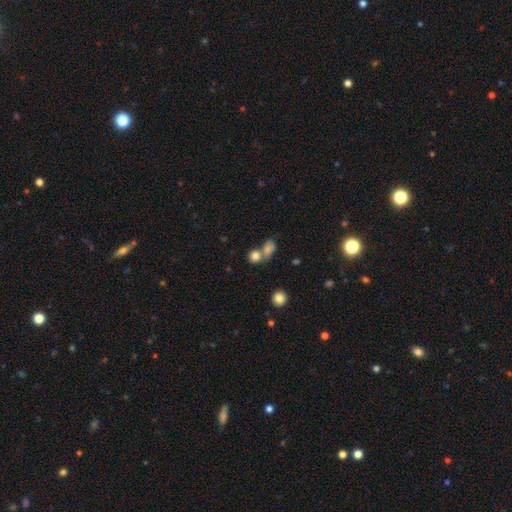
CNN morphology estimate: type=smooth (80%); roundness=round (72%); merging=merger (49%).